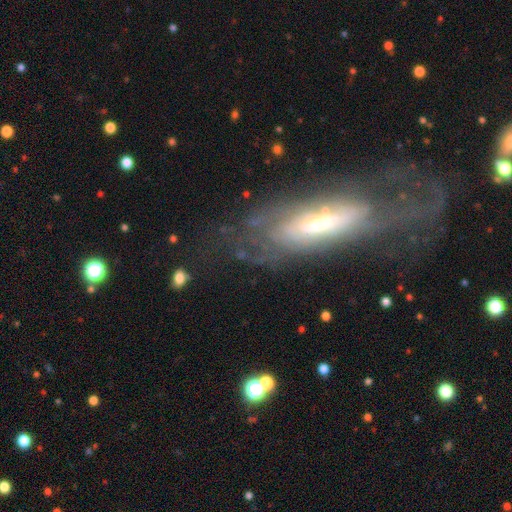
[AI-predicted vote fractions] A featured or disk galaxy (73%) with no bar (46%), spiral arms (76%) and a small central bulge (41%).

Vote fractions:
- Smooth or featured? featured or disk: 73% / smooth: 18% / star or artifact: 9%
- Edge-on disk? no: 73% / yes: 27%
- Bar? no: 46% / weak: 34% / strong: 20%
- Spiral arms? yes: 76% / no: 24%
- Bulge size? small: 41% / moderate: 40% / large: 12% / none: 4% / dominant: 2%
- Merging? none: 60% / minor disturbance: 20% / major disturbance: 17% / merger: 3%